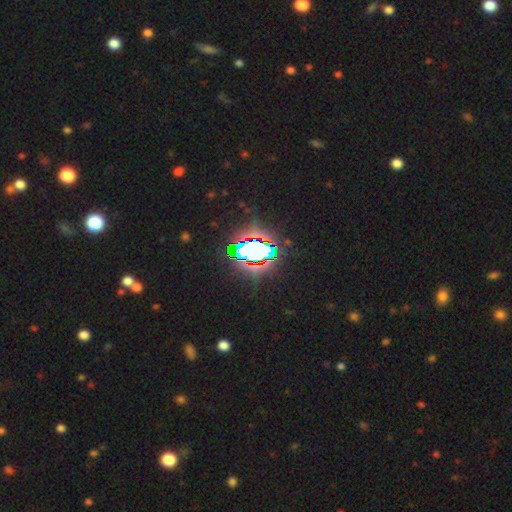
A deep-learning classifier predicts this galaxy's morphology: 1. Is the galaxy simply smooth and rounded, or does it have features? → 75% star or artifact, 14% smooth, 11% featured or disk.